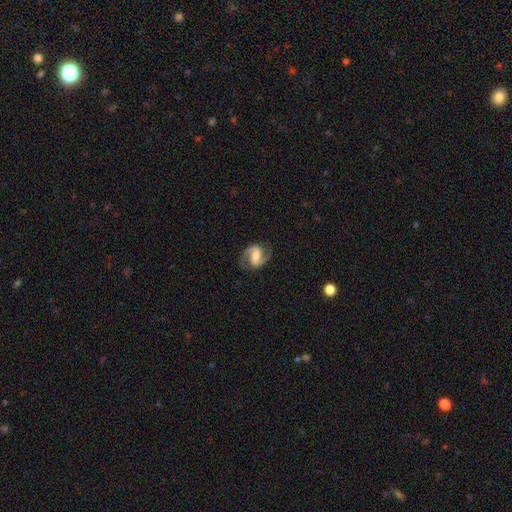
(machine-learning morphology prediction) Overall: featured or disk (87%). Edge-on disk: no (98%). Bar: weak (41%, tied with strong). Spiral arms: yes (97%). Spiral arm count: 2 (94%). Spiral winding: medium (58%; loose 22%). Bulge size: moderate (50%; small 29%). Merging: none (83%).